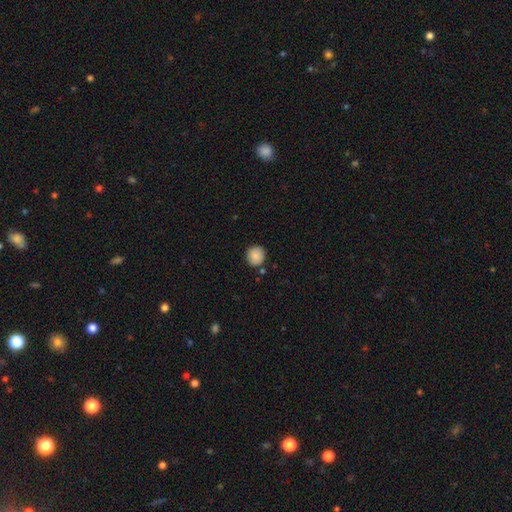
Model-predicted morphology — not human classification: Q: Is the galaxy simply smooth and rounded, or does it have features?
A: smooth — 88%.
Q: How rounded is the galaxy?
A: round — 91%.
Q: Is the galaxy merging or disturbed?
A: none — 86%.